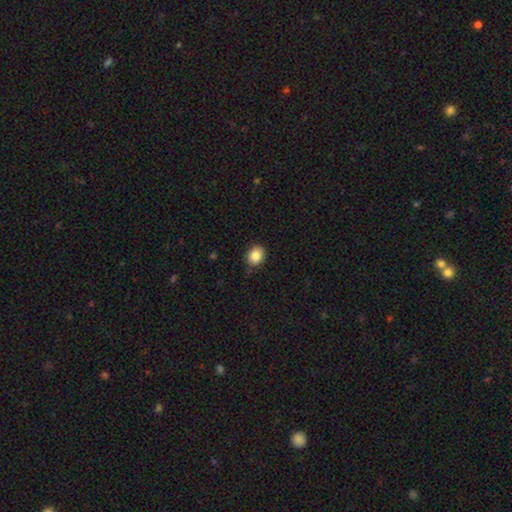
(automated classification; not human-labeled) Smooth or featured? Predicted: smooth (p=0.86). How rounded? Predicted: round (p=0.54). Merging? Predicted: none (p=0.82).